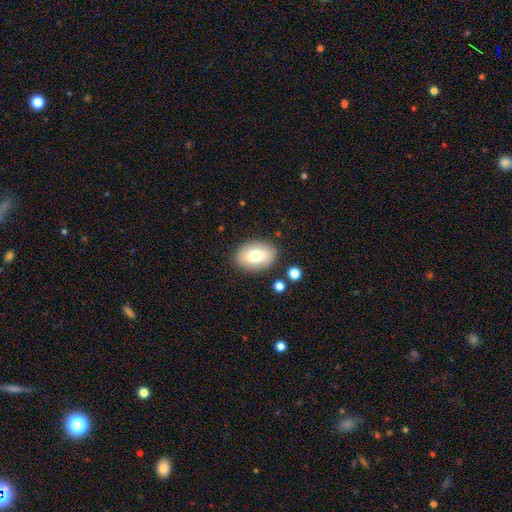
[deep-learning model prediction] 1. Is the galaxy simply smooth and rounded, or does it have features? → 76% smooth, 16% featured or disk, 8% star or artifact.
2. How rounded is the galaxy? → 85% in between, 14% round, 1% cigar-shaped.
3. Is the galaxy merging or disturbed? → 85% none, 10% minor disturbance, 3% major disturbance, 2% merger.